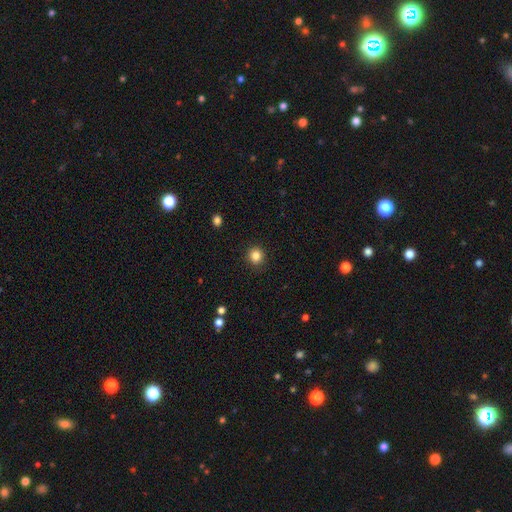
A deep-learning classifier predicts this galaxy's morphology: Q: Smooth or featured?
A: smooth (85%); runner-up: star or artifact (11%)
Q: How rounded?
A: round (91%); runner-up: in between (8%)
Q: Merging?
A: none (91%); runner-up: minor disturbance (6%)